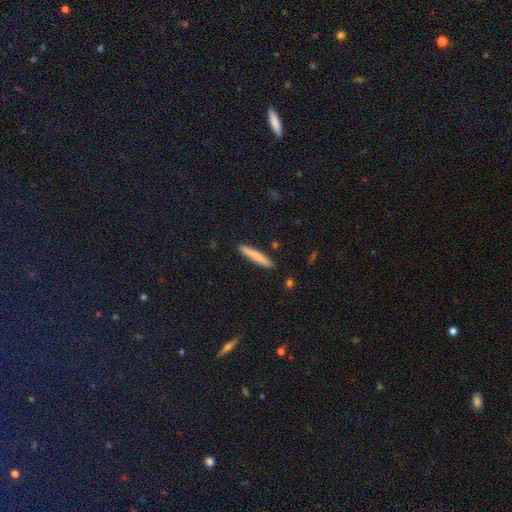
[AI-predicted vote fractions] Smooth or featured: smooth — 78% (featured or disk — 16%)
How rounded: cigar-shaped — 95% (in between — 4%)
Merging: none — 90% (minor disturbance — 7%)